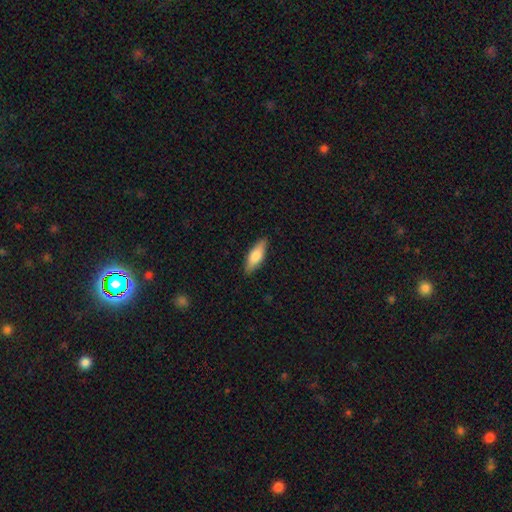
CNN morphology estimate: This appears to be a smooth galaxy with no disk features (73%) that is in between round and cigar-shaped (57%). Merging: none (87%).